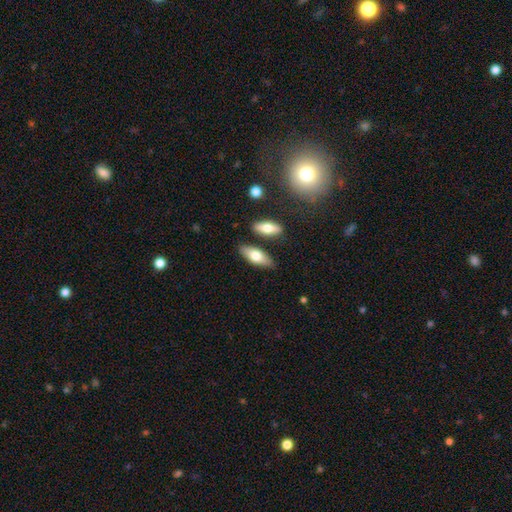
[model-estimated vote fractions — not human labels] Q: Smooth or featured?
A: smooth (73%); runner-up: featured or disk (21%)
Q: How rounded?
A: in between (78%); runner-up: cigar-shaped (19%)
Q: Merging?
A: none (77%); runner-up: minor disturbance (12%)